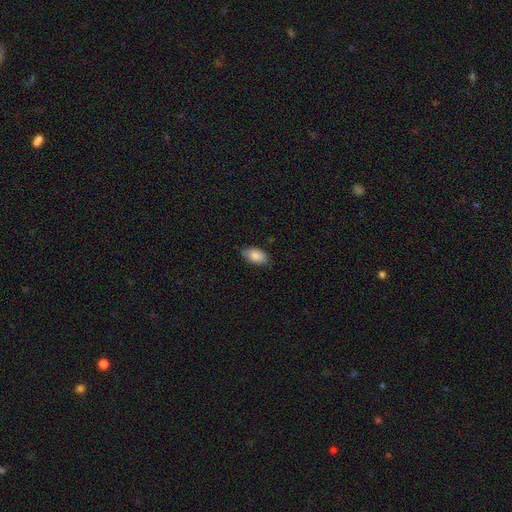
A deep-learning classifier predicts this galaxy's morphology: A smooth galaxy with no disk features (86%) that is in between round and cigar-shaped (93%).

Vote fractions:
- Smooth or featured? smooth: 86% / featured or disk: 8% / star or artifact: 7%
- How rounded? in between: 93% / round: 5% / cigar-shaped: 2%
- Merging? none: 78% / minor disturbance: 17% / major disturbance: 3% / merger: 1%